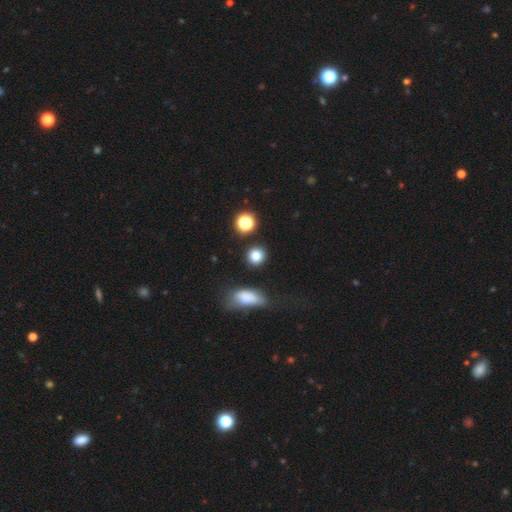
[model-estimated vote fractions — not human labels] Morphology: type=smooth (81%); roundness=round (83%); merging=none (85%).